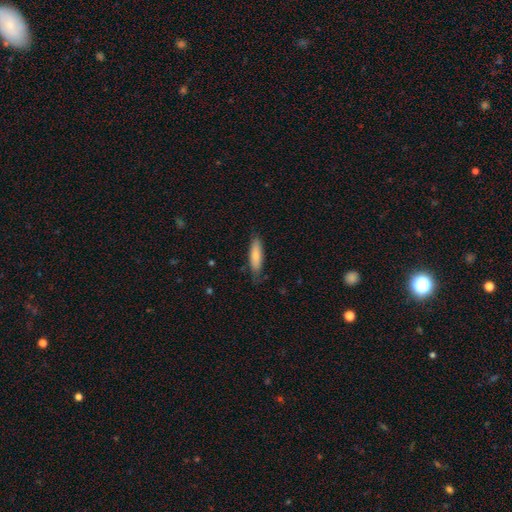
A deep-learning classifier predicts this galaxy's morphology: type=smooth (80%); roundness=cigar-shaped (60%); merging=none (77%).